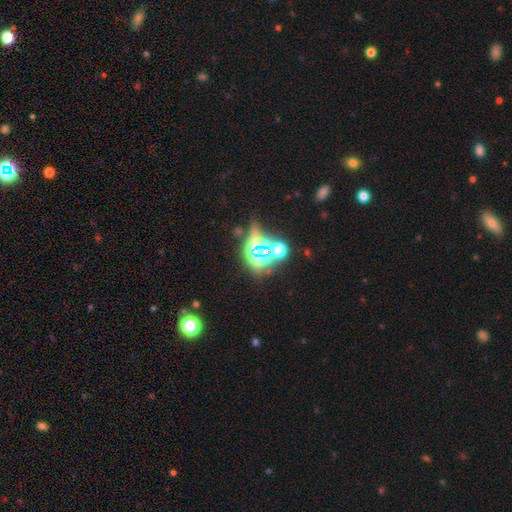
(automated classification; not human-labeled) Q: Smooth or featured?
A: star or artifact (69%); runner-up: smooth (21%)